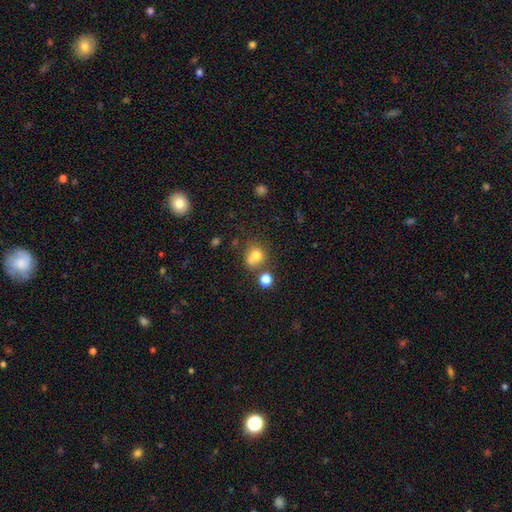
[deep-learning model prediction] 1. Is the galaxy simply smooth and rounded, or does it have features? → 74% smooth, 14% star or artifact, 12% featured or disk.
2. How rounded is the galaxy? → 74% round, 25% in between, 1% cigar-shaped.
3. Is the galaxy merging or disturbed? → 47% none, 30% merger, 15% minor disturbance, 7% major disturbance.